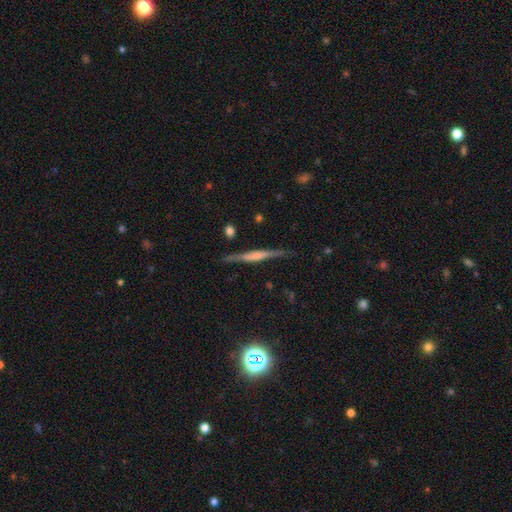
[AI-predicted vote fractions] Smooth or featured? featured or disk (69%)
Edge-on disk? yes (97%)
Edge-on bulge? rounded (41%)
Merging? none (85%)